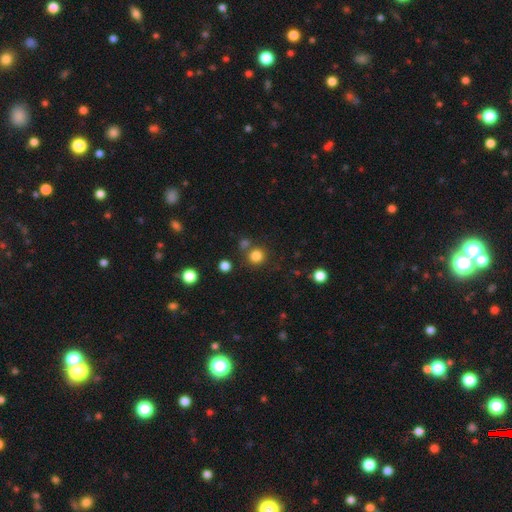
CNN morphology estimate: Q: Smooth or featured?
A: smooth (82%); runner-up: star or artifact (13%)
Q: How rounded?
A: round (92%); runner-up: in between (7%)
Q: Merging?
A: none (77%); runner-up: merger (12%)